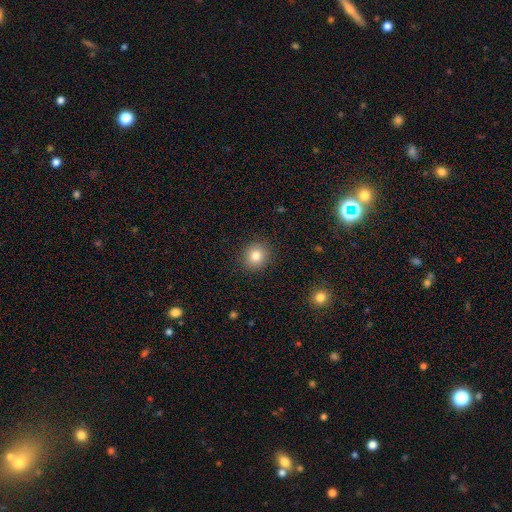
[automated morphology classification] type=smooth (81%); roundness=round (82%); merging=none (90%).